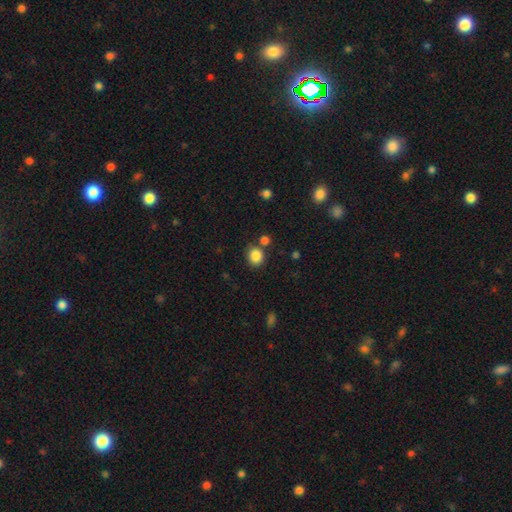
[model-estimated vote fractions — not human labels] Smooth or featured? Predicted: smooth (p=0.86). How rounded? Predicted: round (p=0.73). Merging? Predicted: none (p=0.74).